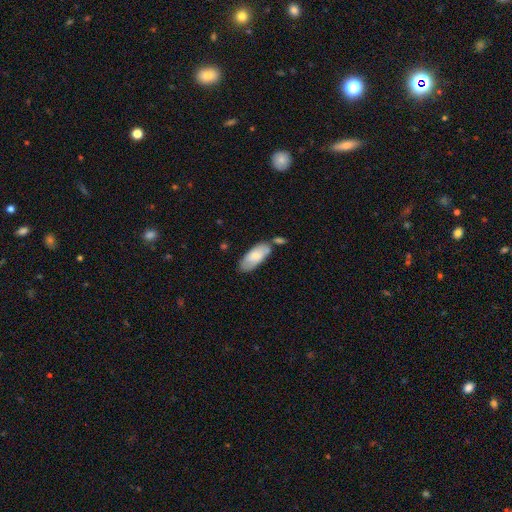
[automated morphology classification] A smooth galaxy with no disk features (76%) that is in between round and cigar-shaped (83%).

Vote fractions:
- Smooth or featured? smooth: 76% / featured or disk: 18% / star or artifact: 6%
- How rounded? in between: 83% / cigar-shaped: 15% / round: 2%
- Merging? none: 55% / merger: 20% / minor disturbance: 20% / major disturbance: 5%